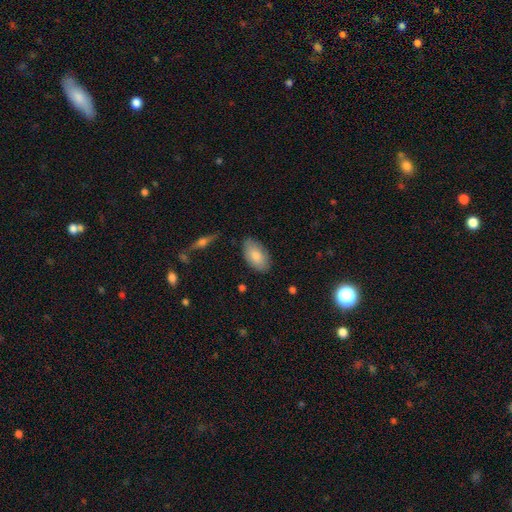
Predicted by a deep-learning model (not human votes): A smooth galaxy with no disk features (84%) that is in between round and cigar-shaped (94%).

Vote fractions:
- Smooth or featured? smooth: 84% / featured or disk: 10% / star or artifact: 6%
- How rounded? in between: 94% / round: 3% / cigar-shaped: 2%
- Merging? none: 82% / minor disturbance: 14% / major disturbance: 3% / merger: 1%